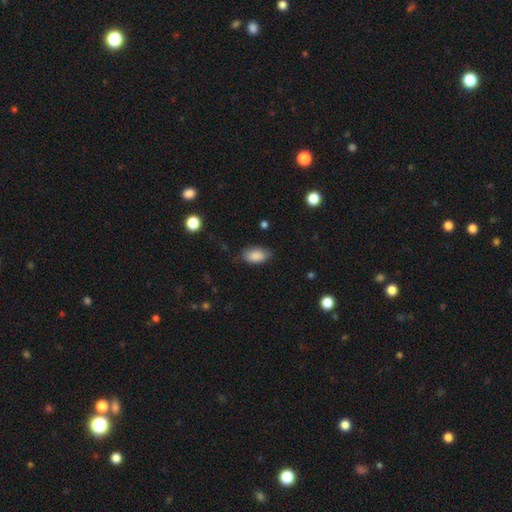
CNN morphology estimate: smooth 88%, star or artifact 7%, featured or disk 5%. Down the decision tree: how rounded — in between (93%); merging — none (76%).